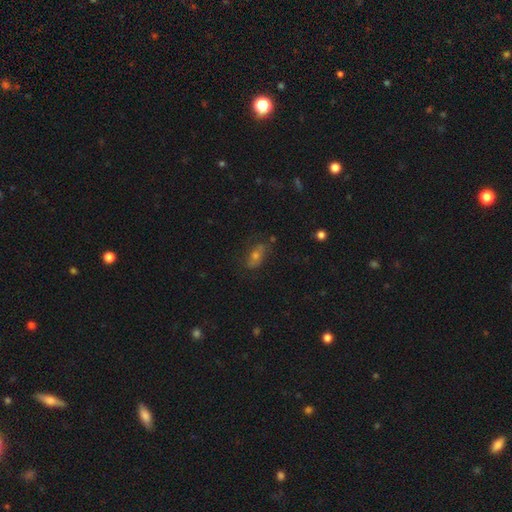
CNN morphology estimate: A smooth galaxy with no disk features (47%). Merging: none (69%).